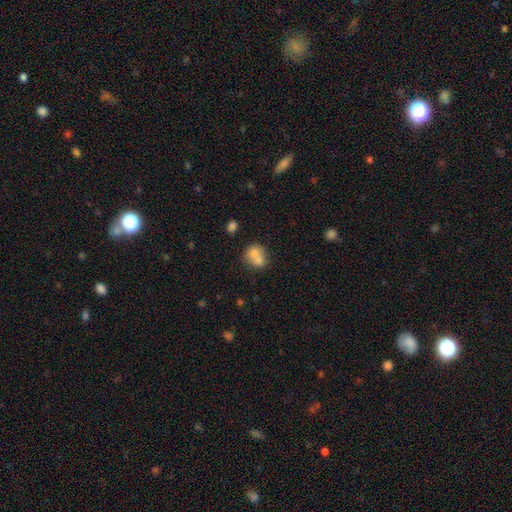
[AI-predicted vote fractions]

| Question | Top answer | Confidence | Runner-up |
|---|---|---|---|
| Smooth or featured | smooth | 71% | featured or disk (20%) |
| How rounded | round | 68% | in between (31%) |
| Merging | merger | 62% | none (28%) |